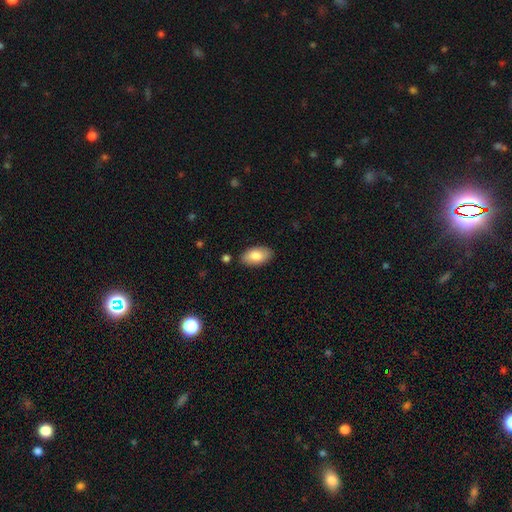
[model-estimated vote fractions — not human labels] Q: Smooth or featured?
A: smooth (83%); runner-up: featured or disk (11%)
Q: How rounded?
A: in between (94%); runner-up: round (3%)
Q: Merging?
A: none (85%); runner-up: minor disturbance (11%)